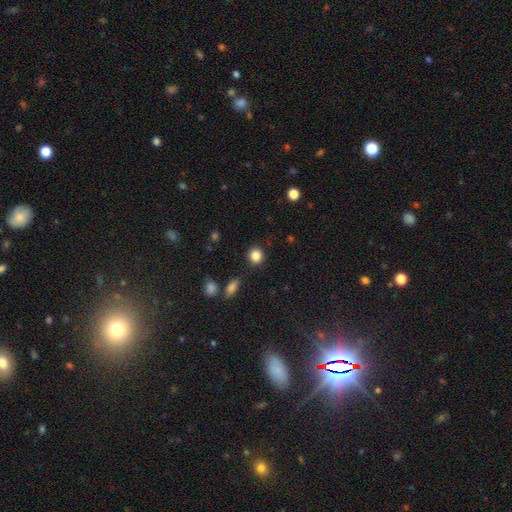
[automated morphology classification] The model was most divided on "how rounded": round: 86%, in between: 13%, cigar-shaped: 1%. More confident: merging — none (88%); smooth or featured — smooth (85%).